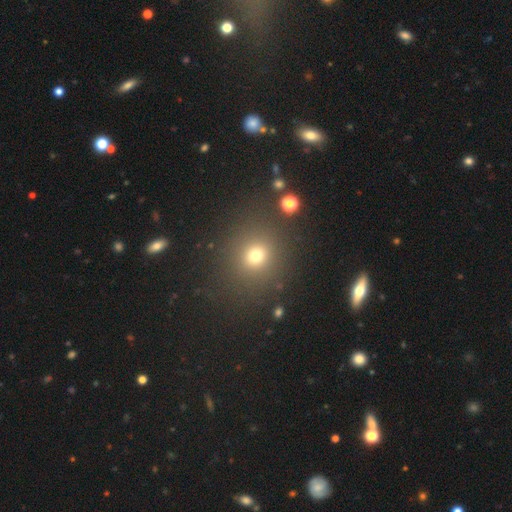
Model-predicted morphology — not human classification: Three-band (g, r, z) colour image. It shows a smooth galaxy with no disk features (72%) that is round (83%). Merging: none (85%).